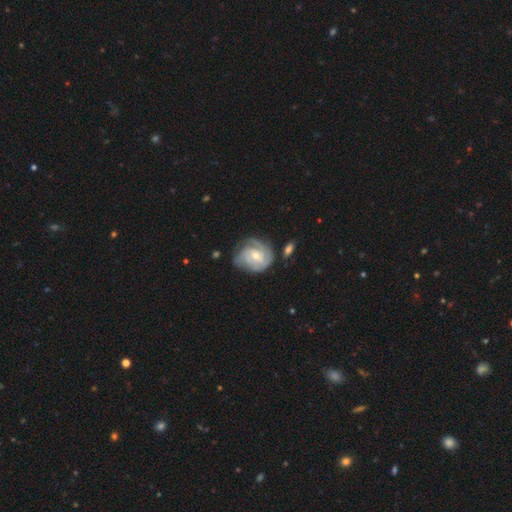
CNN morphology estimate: This is clearly a featured or disk galaxy (82%). It is clearly not viewed edge-on (97%). Bar: possibly no (56%). Spiral arm pattern: clearly yes (94%). Spiral arm count: marginally 3 (32%). Spiral winding: likely tight (66%). Central bulge: possibly moderate (50%). Merging: likely none (60%).